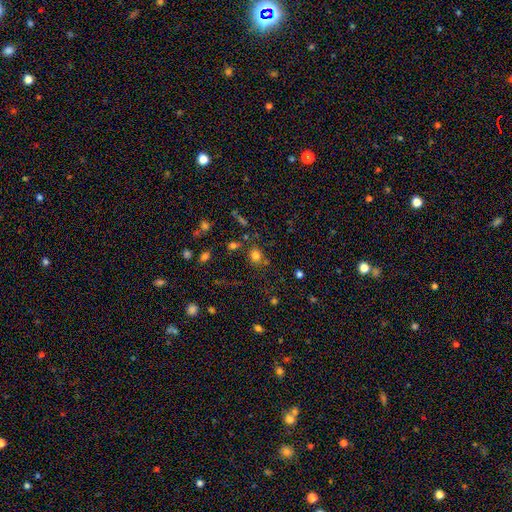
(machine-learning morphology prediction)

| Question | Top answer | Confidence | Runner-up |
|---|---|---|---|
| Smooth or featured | smooth | 76% | star or artifact (16%) |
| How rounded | round | 70% | in between (29%) |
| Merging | none | 73% | minor disturbance (13%) |